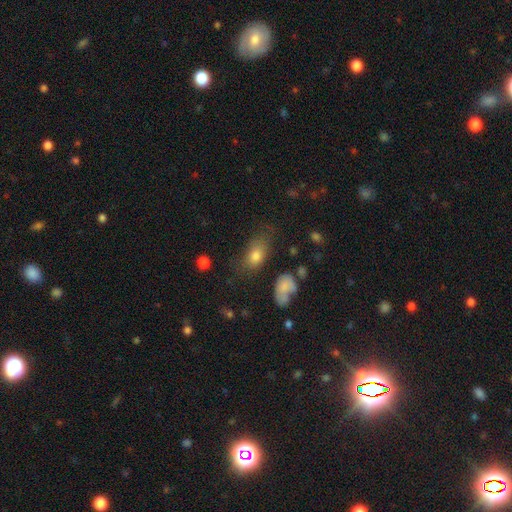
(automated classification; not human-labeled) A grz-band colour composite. It shows a smooth galaxy with no disk features (78%) that is in between round and cigar-shaped (83%). Merging: none (58%).